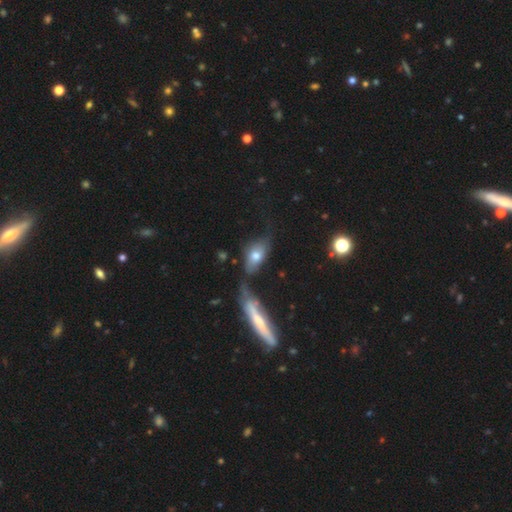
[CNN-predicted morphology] smooth 60%, featured or disk 32%, star or artifact 9%. Down the decision tree: how rounded — in between (82%); merging — none (39%).